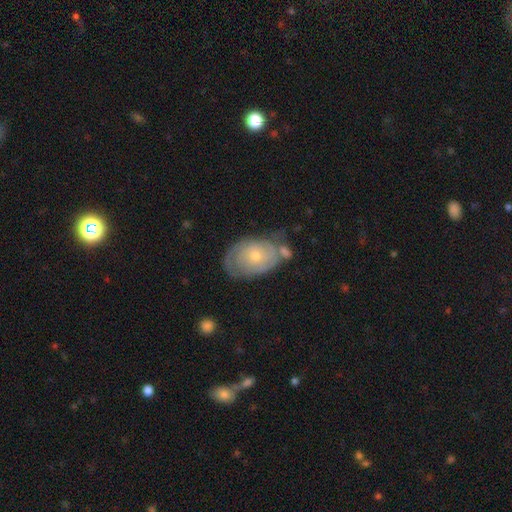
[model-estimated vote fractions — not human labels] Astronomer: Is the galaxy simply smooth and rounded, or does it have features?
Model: featured or disk — 63%.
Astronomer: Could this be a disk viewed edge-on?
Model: no — 95%.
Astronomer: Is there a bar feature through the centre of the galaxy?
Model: no — 85%.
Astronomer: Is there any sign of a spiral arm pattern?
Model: yes — 73%.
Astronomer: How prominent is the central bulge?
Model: small — 56% (runner-up: moderate, 40%).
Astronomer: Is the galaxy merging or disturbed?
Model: none — 51%.